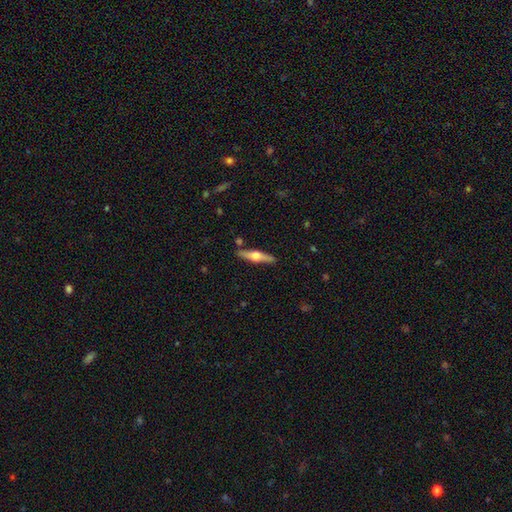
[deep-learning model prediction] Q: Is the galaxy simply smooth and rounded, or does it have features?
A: featured or disk — 64%.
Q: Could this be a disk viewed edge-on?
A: yes — 96%.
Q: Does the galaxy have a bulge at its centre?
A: rounded — 94%.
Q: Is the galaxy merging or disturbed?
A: none — 87%.